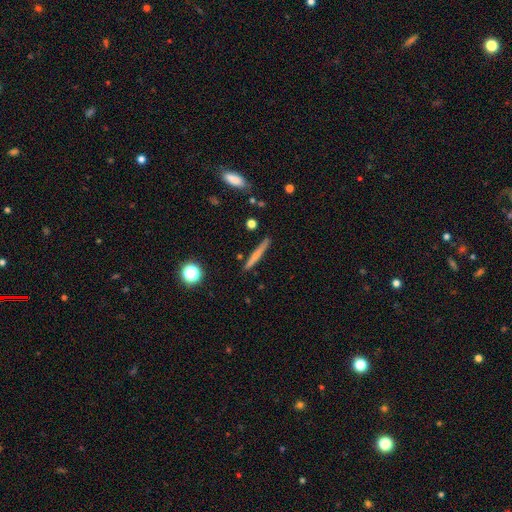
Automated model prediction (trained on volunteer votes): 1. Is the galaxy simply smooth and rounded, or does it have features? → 62% smooth, 30% featured or disk, 7% star or artifact.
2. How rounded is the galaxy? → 95% cigar-shaped, 3% in between, 2% round.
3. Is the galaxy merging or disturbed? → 88% none, 8% minor disturbance, 2% merger, 2% major disturbance.